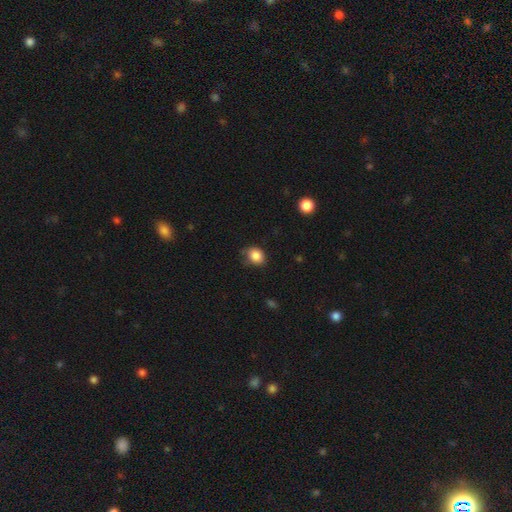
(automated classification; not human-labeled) smooth-or-featured: smooth: 86% | star or artifact: 9% | featured or disk: 5%
  how-rounded: round: 55% | in between: 44% | cigar-shaped: 1%
  merging: none: 66% | minor disturbance: 27% | major disturbance: 6% | merger: 2%